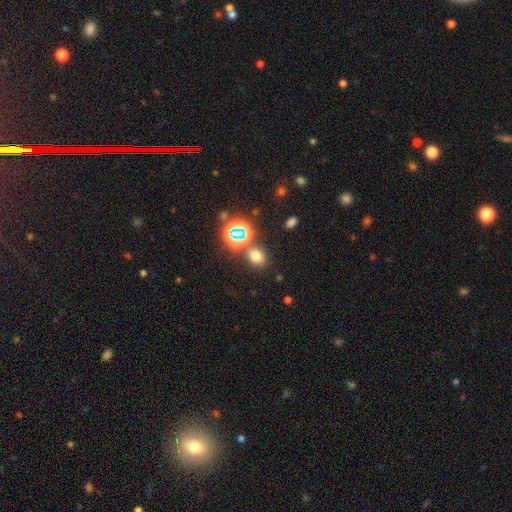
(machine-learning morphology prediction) Smooth or featured? Predicted: smooth (p=0.66). How rounded? Predicted: round (p=0.53). Merging? Predicted: none (p=0.78).